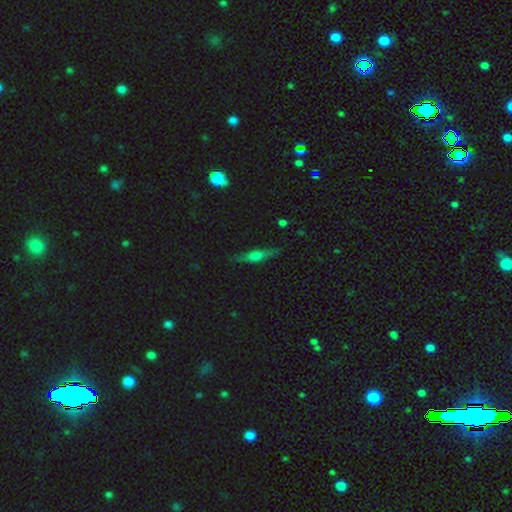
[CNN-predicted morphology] Smooth or featured? featured or disk (52%)
Edge-on disk? yes (92%)
Merging? none (83%)